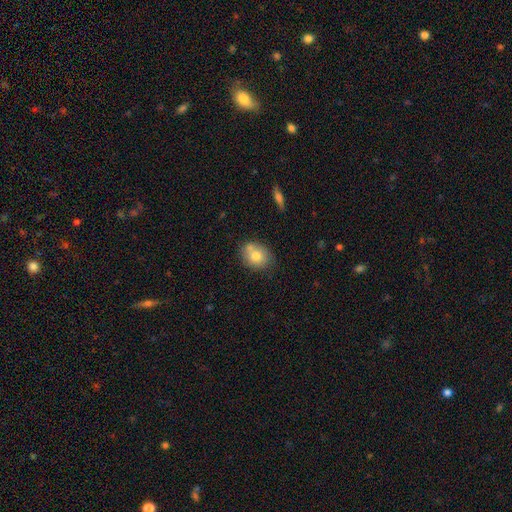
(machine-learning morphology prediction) This is likely a smooth galaxy (75%). How rounded: possibly round (50%). Merging: likely none (64%).